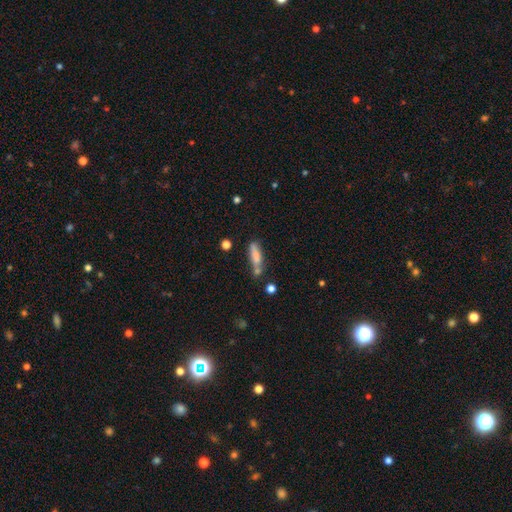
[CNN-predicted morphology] A smooth galaxy with no disk features (72%) that is cigar-shaped (61%).

Vote fractions:
- Smooth or featured? smooth: 72% / featured or disk: 19% / star or artifact: 9%
- How rounded? cigar-shaped: 61% / in between: 36% / round: 3%
- Merging? none: 47% / minor disturbance: 22% / merger: 21% / major disturbance: 9%